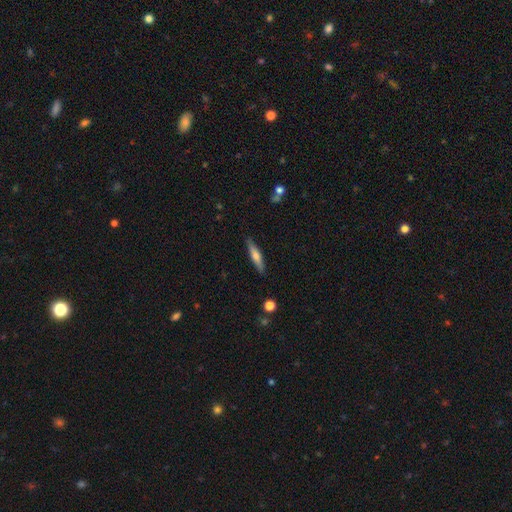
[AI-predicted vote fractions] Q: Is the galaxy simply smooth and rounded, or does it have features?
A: smooth — 56%.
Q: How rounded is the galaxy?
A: cigar-shaped — 85%.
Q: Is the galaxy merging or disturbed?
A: none — 87%.